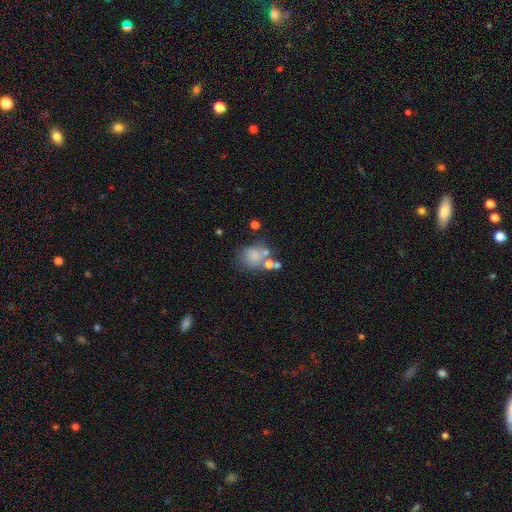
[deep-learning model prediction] Smooth or featured? Predicted: smooth (p=0.70). How rounded? Predicted: round (p=0.72). Merging? Predicted: none (p=0.53).